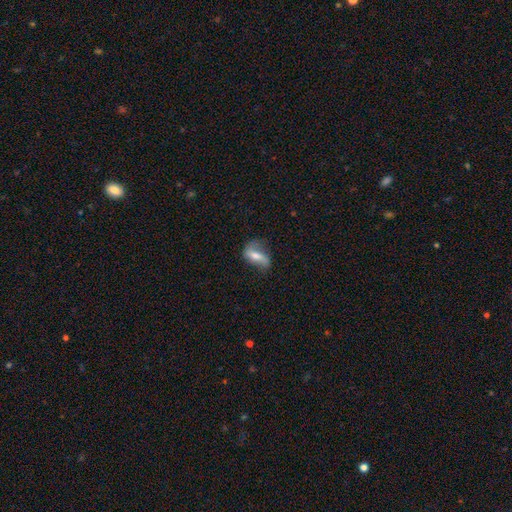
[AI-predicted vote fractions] This appears to be a featured or disk galaxy (48%). Merging: none (52%).